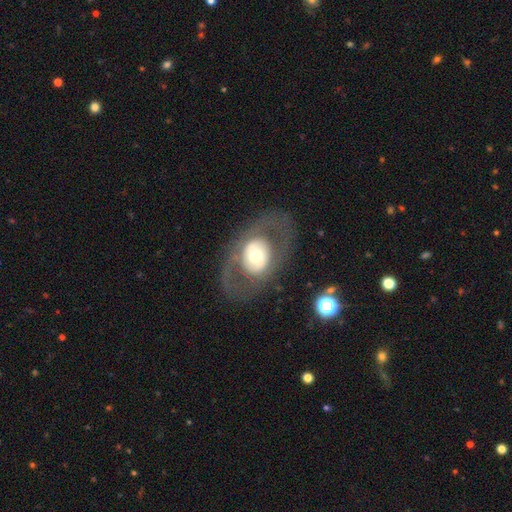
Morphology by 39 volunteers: Smooth or featured?
  - featured or disk: 64% *
  - smooth: 33%
  - star or artifact: 3%
Edge-on disk?
  - no: 84% *
  - yes: 16%
Bar?
  - no: 86% *
  - weak: 10%
  - strong: 5%
Spiral arms?
  - no: 90% *
  - yes: 10%
Bulge size?
  - moderate: 57% *
  - large: 33%
  - dominant: 5%
  - small: 5%
  - none: 0%
Merging?
  - none: 84% *
  - minor disturbance: 8%
  - major disturbance: 8%
  - merger: 0%